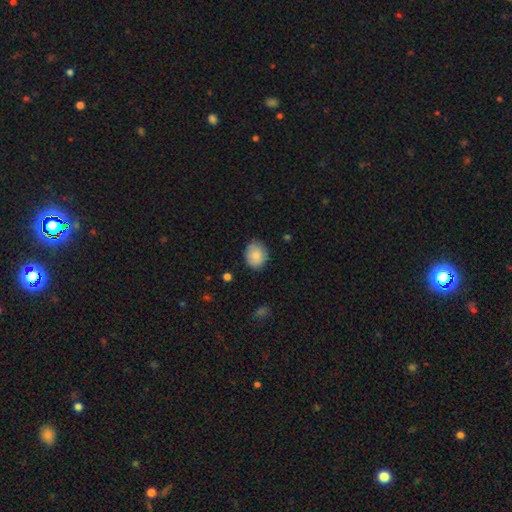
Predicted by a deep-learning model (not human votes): Morphology: type=smooth (84%); roundness=round (62%); merging=none (84%).